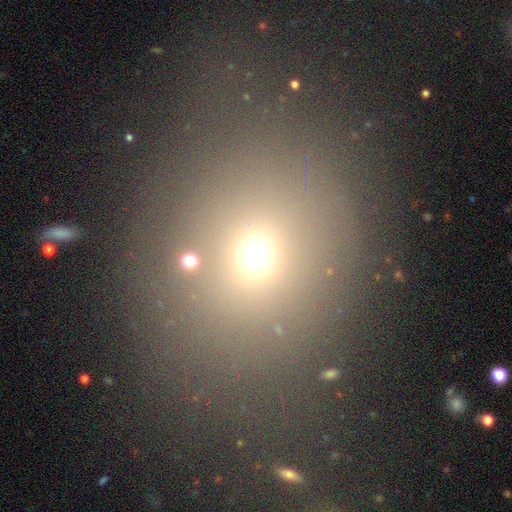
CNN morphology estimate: This appears to be a smooth galaxy with no disk features (65%) that is round (71%). Merging: none (72%).